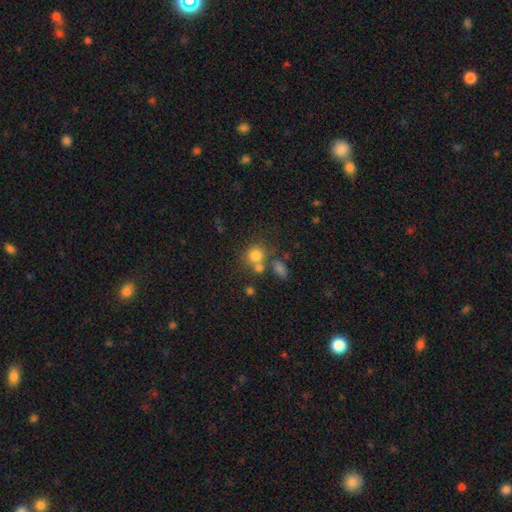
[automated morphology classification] type=smooth (78%); roundness=round (84%); merging=none (56%).